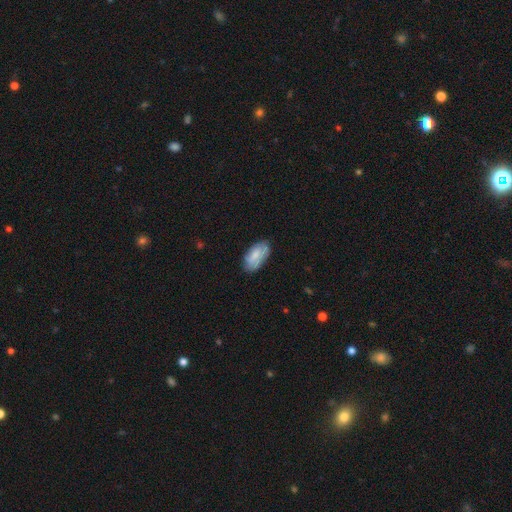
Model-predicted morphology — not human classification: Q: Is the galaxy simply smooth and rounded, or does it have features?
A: smooth — 73%.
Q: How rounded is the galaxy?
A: in between — 94%.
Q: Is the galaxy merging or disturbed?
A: none — 72%.